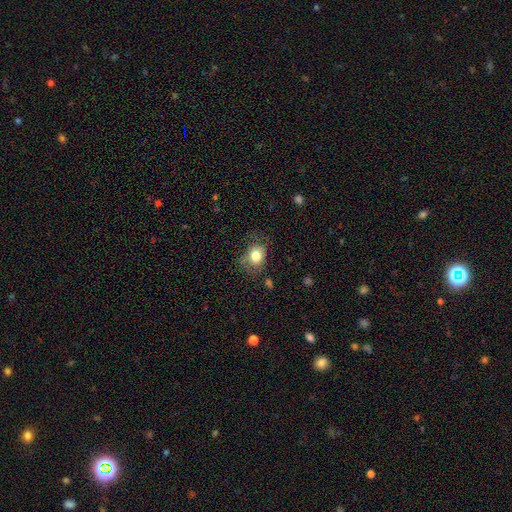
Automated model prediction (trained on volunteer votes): Smooth or featured? smooth (79%)
How rounded? in between (57%)
Merging? none (60%)